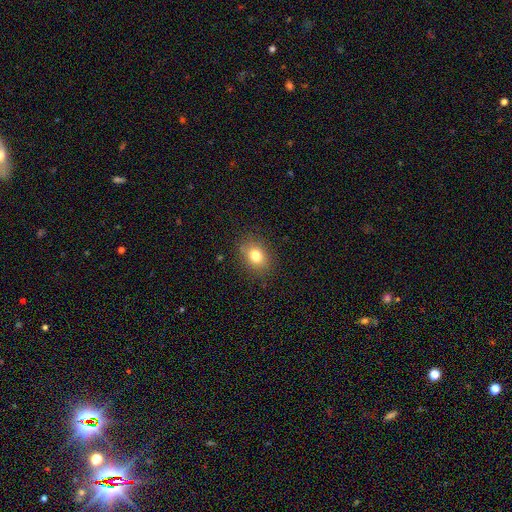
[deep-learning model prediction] Smooth or featured? smooth (79%)
How rounded? in between (56%)
Merging? none (86%)